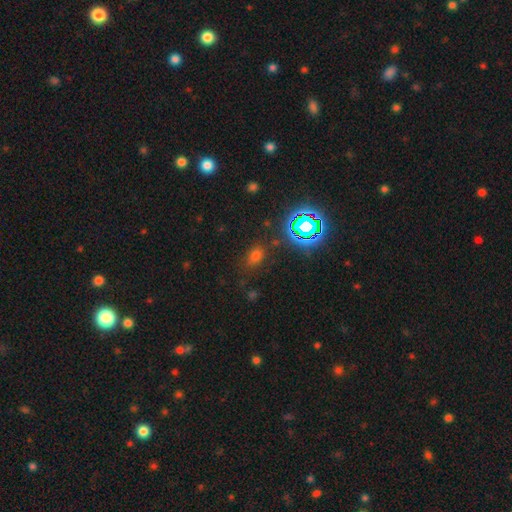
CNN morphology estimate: smooth-or-featured: smooth: 59% | star or artifact: 33% | featured or disk: 7%
  how-rounded: in between: 72% | round: 25% | cigar-shaped: 3%
  merging: none: 76% | minor disturbance: 15% | major disturbance: 6% | merger: 3%